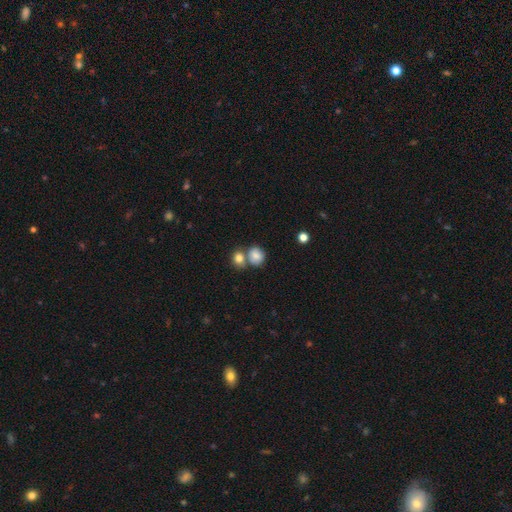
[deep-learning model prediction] A smooth galaxy with no disk features (81%) that is round (72%).

Vote fractions:
- Smooth or featured? smooth: 81% / featured or disk: 10% / star or artifact: 9%
- How rounded? round: 72% / in between: 27% / cigar-shaped: 1%
- Merging? none: 43% / merger: 41% / minor disturbance: 12% / major disturbance: 4%